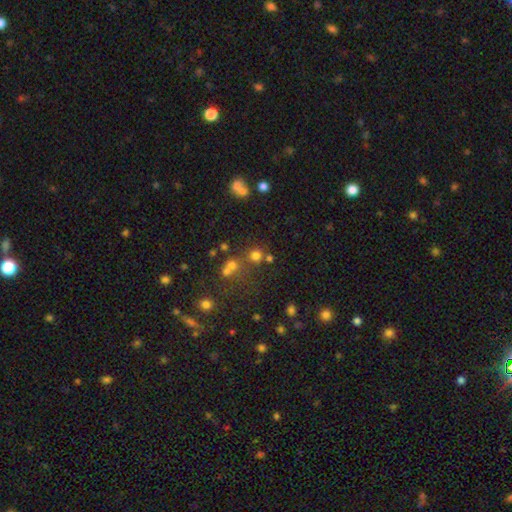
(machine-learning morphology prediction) smooth 69%, star or artifact 22%, featured or disk 9%. Down the decision tree: how rounded — round (88%); merging — none (66%).